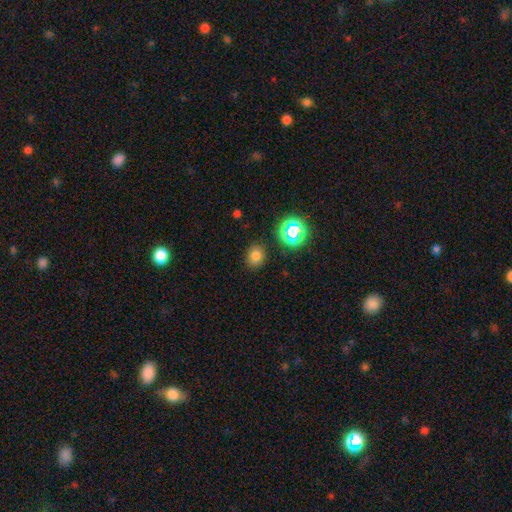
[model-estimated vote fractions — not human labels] Smooth or featured?
  - smooth: 74% *
  - star or artifact: 19%
  - featured or disk: 7%
How rounded?
  - round: 62% *
  - in between: 37%
  - cigar-shaped: 1%
Merging?
  - none: 86% *
  - minor disturbance: 9%
  - major disturbance: 3%
  - merger: 2%